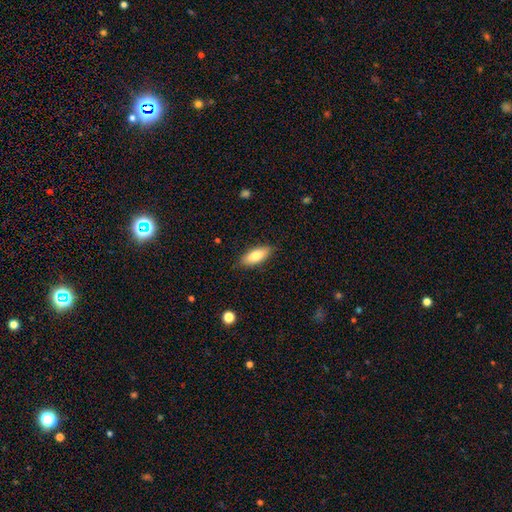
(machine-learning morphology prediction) This is likely a smooth galaxy (79%). How rounded: likely in between (78%). Merging: clearly none (85%).